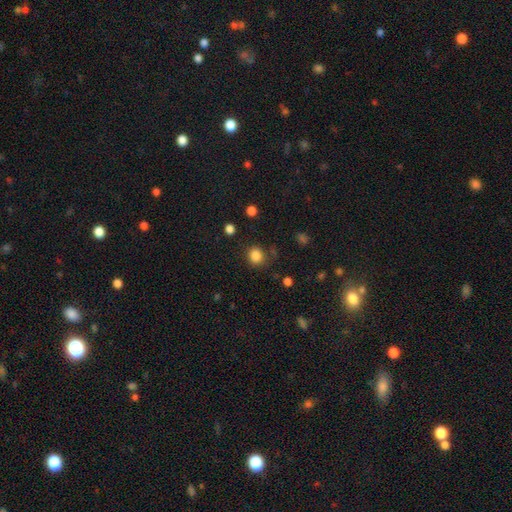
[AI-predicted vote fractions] The model was most divided on "how rounded": round: 81%, in between: 18%, cigar-shaped: 1%. More confident: smooth or featured — smooth (84%); merging — none (82%).